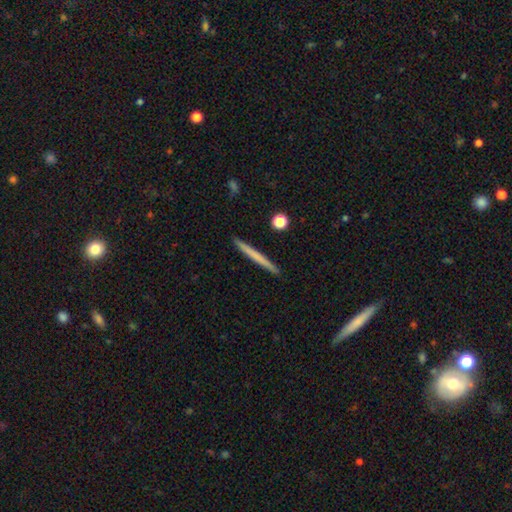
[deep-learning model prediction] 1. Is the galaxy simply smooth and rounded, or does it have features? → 58% smooth, 36% featured or disk, 5% star or artifact.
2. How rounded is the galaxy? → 97% cigar-shaped, 2% in between, 2% round.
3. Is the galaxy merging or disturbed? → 93% none, 5% minor disturbance, 1% merger, 1% major disturbance.